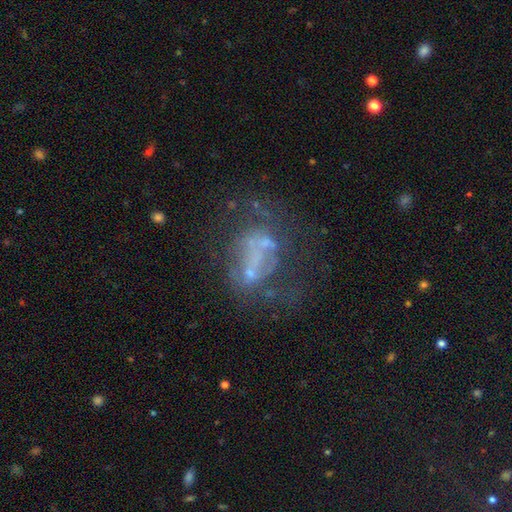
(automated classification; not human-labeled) Smooth or featured: featured or disk — 60% (star or artifact — 21%)
Edge-on disk: no — 97% (yes — 3%)
Bar: no — 85% (weak — 11%)
Spiral arms: no — 86% (yes — 14%)
Bulge size: none — 64% (small — 23%)
Merging: none — 38% (major disturbance — 31%)